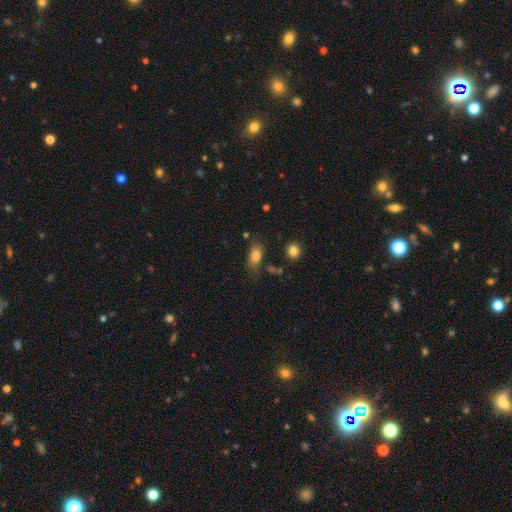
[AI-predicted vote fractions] Smooth or featured: smooth — 81% (featured or disk — 10%)
How rounded: in between — 84% (round — 8%)
Merging: none — 69% (minor disturbance — 20%)